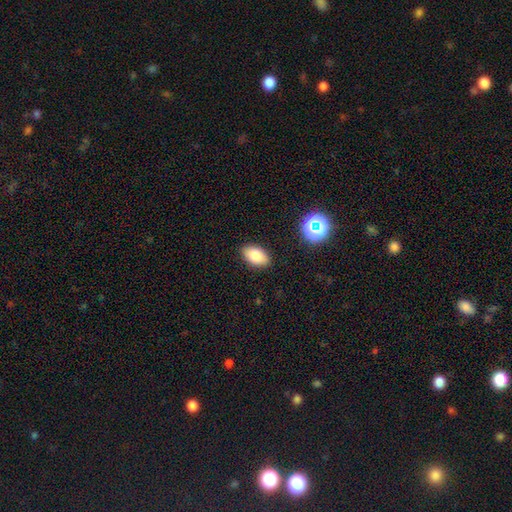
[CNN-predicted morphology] Smooth or featured? smooth (81%)
How rounded? in between (92%)
Merging? none (87%)